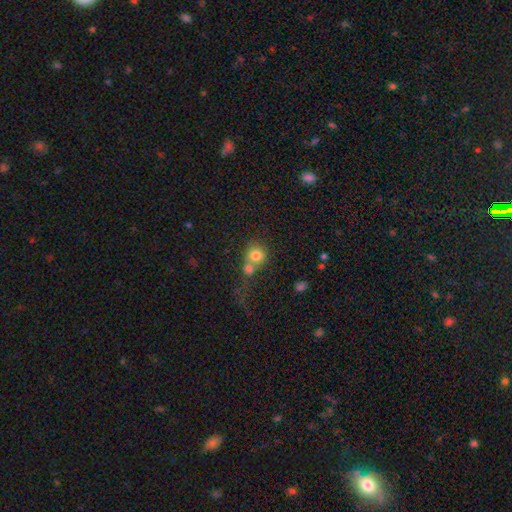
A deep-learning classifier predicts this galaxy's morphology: Smooth or featured? Predicted: smooth (p=0.78). How rounded? Predicted: round (p=0.85). Merging? Predicted: merger (p=0.50).